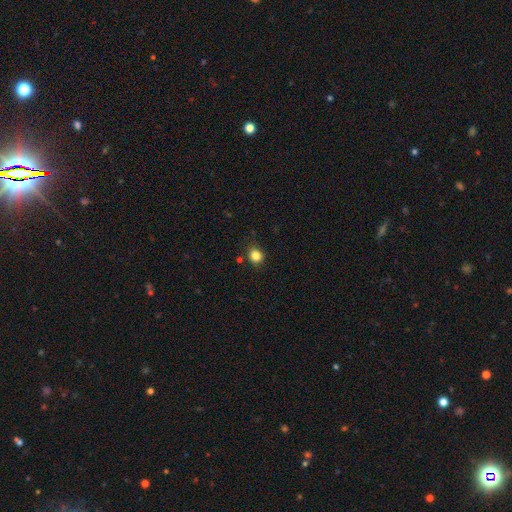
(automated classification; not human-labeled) smooth-or-featured: smooth: 83% | star or artifact: 12% | featured or disk: 5%
  how-rounded: round: 78% | in between: 21% | cigar-shaped: 1%
  merging: none: 84% | minor disturbance: 11% | merger: 3% | major disturbance: 3%